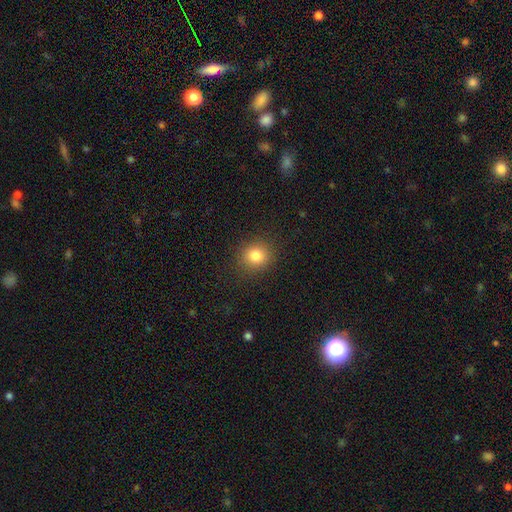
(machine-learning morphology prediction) A smooth galaxy with no disk features (81%) that is round (83%).

Vote fractions:
- Smooth or featured? smooth: 81% / star or artifact: 12% / featured or disk: 7%
- How rounded? round: 83% / in between: 16% / cigar-shaped: 1%
- Merging? none: 89% / minor disturbance: 7% / major disturbance: 3% / merger: 1%